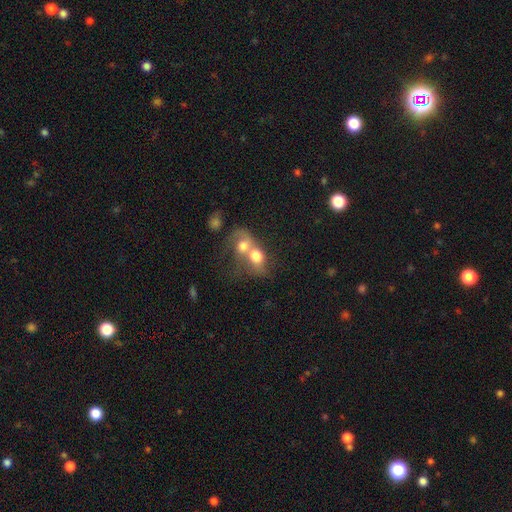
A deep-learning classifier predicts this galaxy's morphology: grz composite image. It shows a smooth galaxy with no disk features (61%) that is round (53%). Merging: merger (79%).